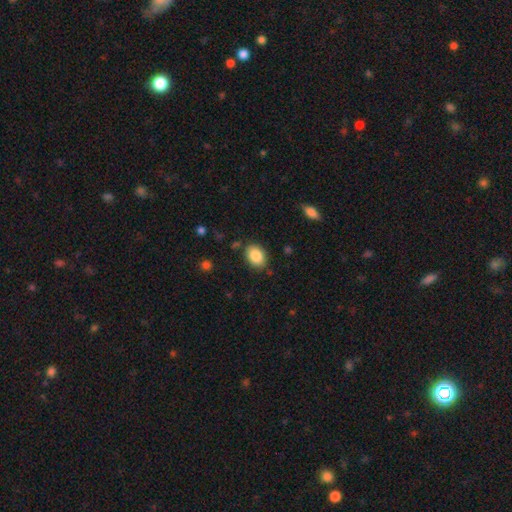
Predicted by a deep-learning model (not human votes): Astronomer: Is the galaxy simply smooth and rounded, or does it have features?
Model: smooth — 87%.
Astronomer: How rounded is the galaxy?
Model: in between — 75%.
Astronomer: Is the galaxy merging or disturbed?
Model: none — 84%.